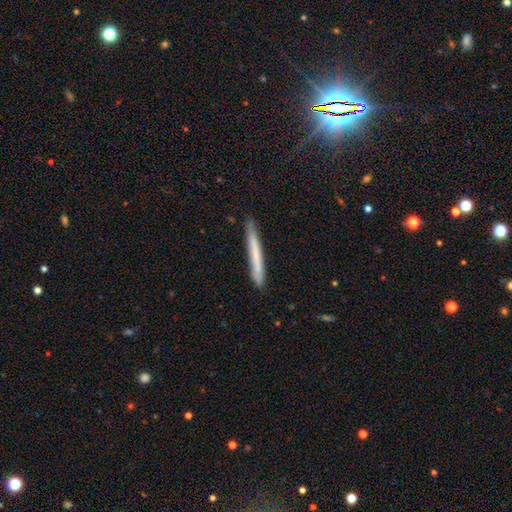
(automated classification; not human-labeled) This appears to be a smooth galaxy with no disk features (61%) that is cigar-shaped (97%). Merging: none (85%).